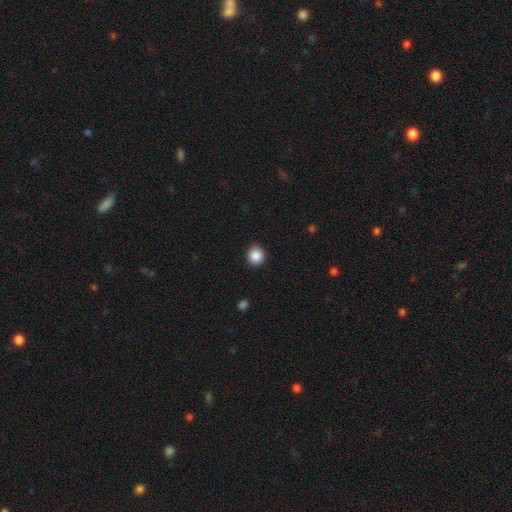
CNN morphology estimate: A smooth galaxy with no disk features (88%) that is round (88%).

Vote fractions:
- Smooth or featured? smooth: 88% / star or artifact: 10% / featured or disk: 3%
- How rounded? round: 88% / in between: 11% / cigar-shaped: 1%
- Merging? none: 87% / minor disturbance: 10% / major disturbance: 2% / merger: 1%